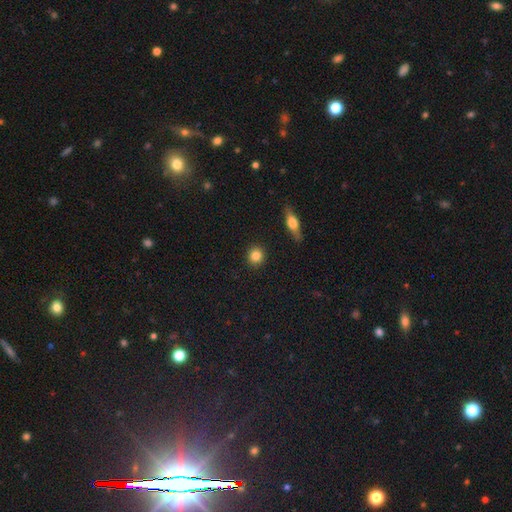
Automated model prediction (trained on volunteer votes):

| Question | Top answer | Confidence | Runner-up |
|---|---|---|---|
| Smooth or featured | smooth | 85% | star or artifact (9%) |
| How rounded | round | 89% | in between (9%) |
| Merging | none | 91% | minor disturbance (5%) |